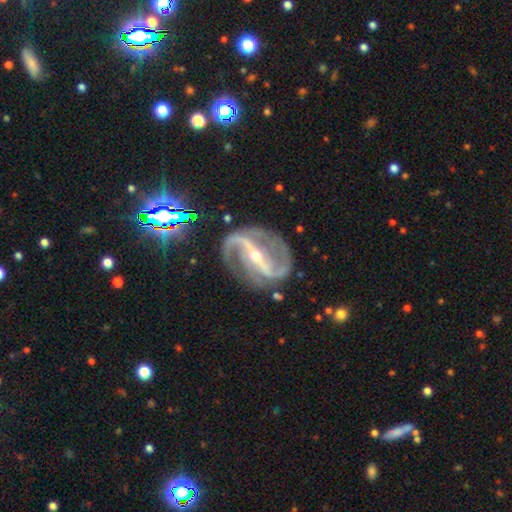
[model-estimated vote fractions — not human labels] featured or disk 91%, star or artifact 6%, smooth 3%. Down the decision tree: edge-on disk — no (96%); bar — strong (75%); spiral arms — yes (98%); spiral arm count — 2 (91%); spiral winding — medium (49%); bulge size — small (74%); merging — none (78%).